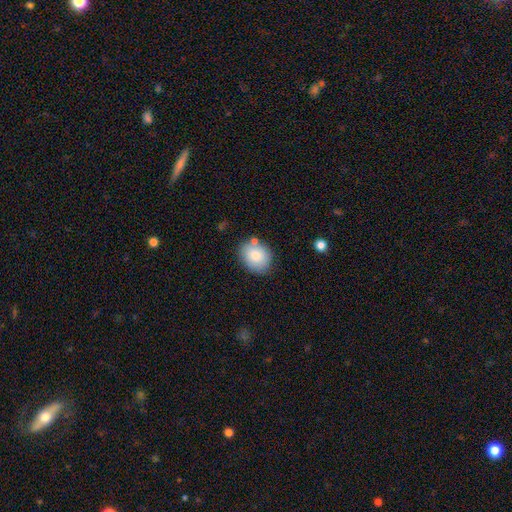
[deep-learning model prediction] Morphology: type=smooth (80%); roundness=round (53%); merging=none (73%).